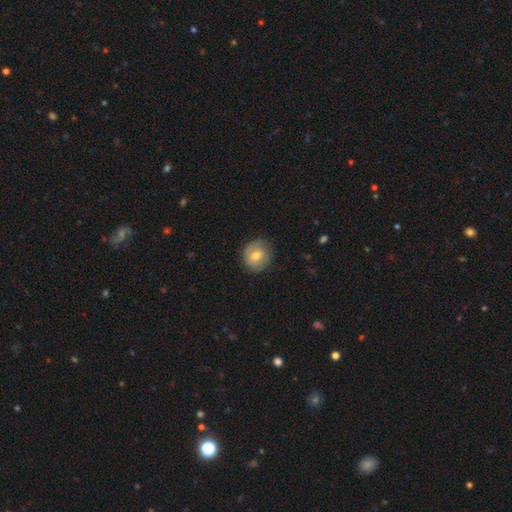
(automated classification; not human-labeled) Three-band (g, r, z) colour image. It shows a smooth galaxy with no disk features (68%) that is round (86%). Merging: none (82%).